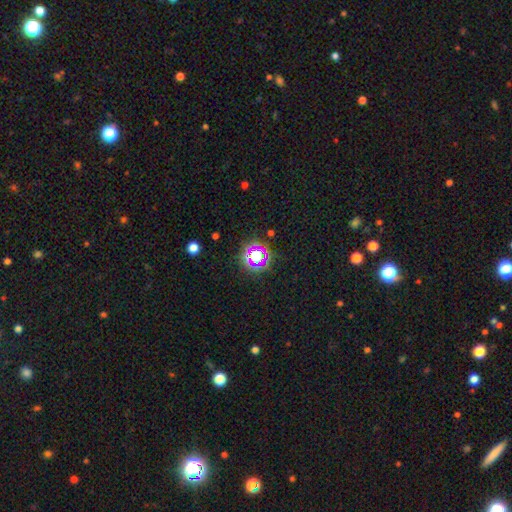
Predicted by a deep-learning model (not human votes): Morphology: type=star or artifact (66%).